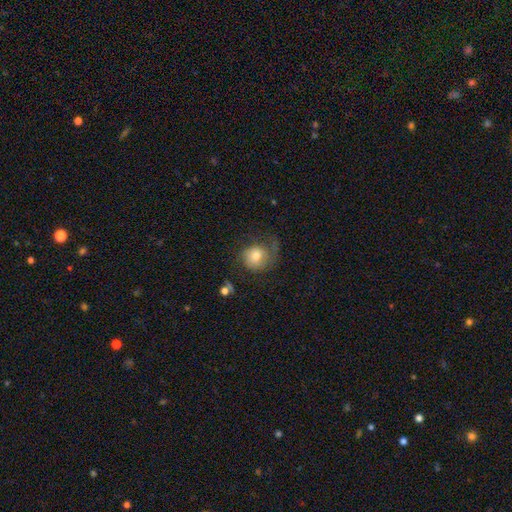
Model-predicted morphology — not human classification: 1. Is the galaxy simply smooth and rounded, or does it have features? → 66% smooth, 25% featured or disk, 9% star or artifact.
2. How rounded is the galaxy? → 75% round, 24% in between, 1% cigar-shaped.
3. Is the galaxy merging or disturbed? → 43% none, 29% major disturbance, 25% minor disturbance, 3% merger.